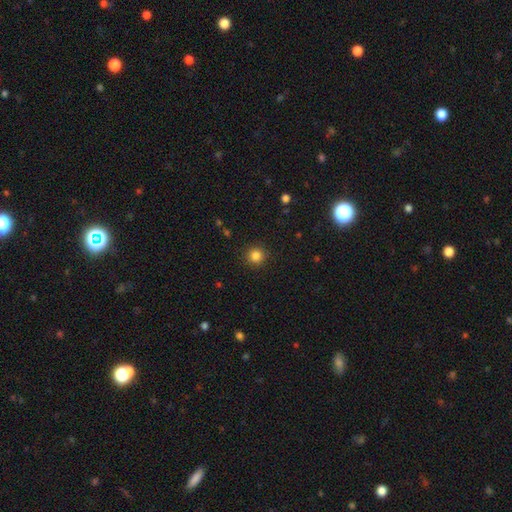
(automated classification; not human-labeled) smooth-or-featured: smooth: 84% | star or artifact: 12% | featured or disk: 4%
  how-rounded: round: 94% | in between: 5% | cigar-shaped: 1%
  merging: none: 91% | minor disturbance: 6% | major disturbance: 2% | merger: 1%